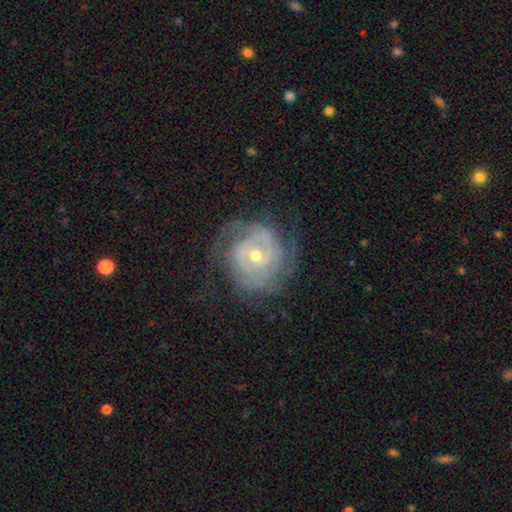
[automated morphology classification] featured or disk 84%, smooth 10%, star or artifact 6%. Down the decision tree: edge-on disk — no (97%); bar — no (58%); spiral arms — yes (91%); spiral arm count — 2 (36%); spiral winding — tight (66%); bulge size — moderate (50%); merging — none (65%).